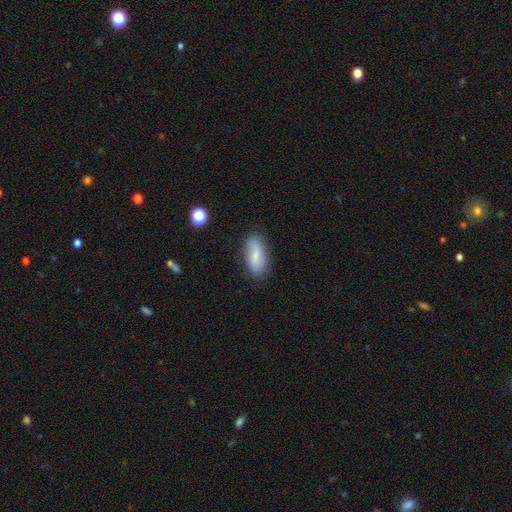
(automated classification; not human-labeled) smooth_or_featured: smooth (p=0.66) [alt: featured or disk p=0.27]
how_rounded: in between (p=0.86) [alt: cigar-shaped p=0.11]
merging: none (p=0.79) [alt: minor disturbance p=0.16]